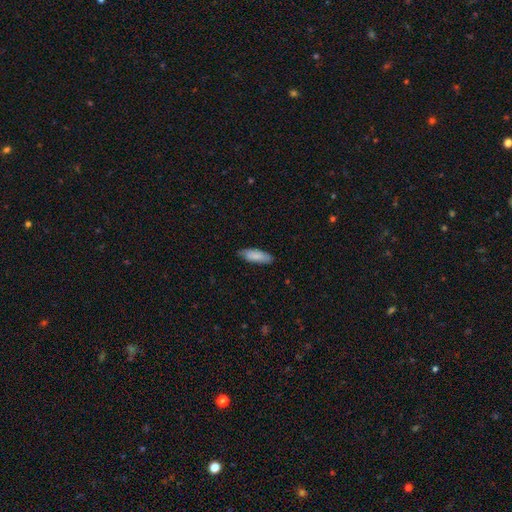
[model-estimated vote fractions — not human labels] Smooth or featured? Predicted: smooth (p=0.83). How rounded? Predicted: in between (p=0.64). Merging? Predicted: none (p=0.79).